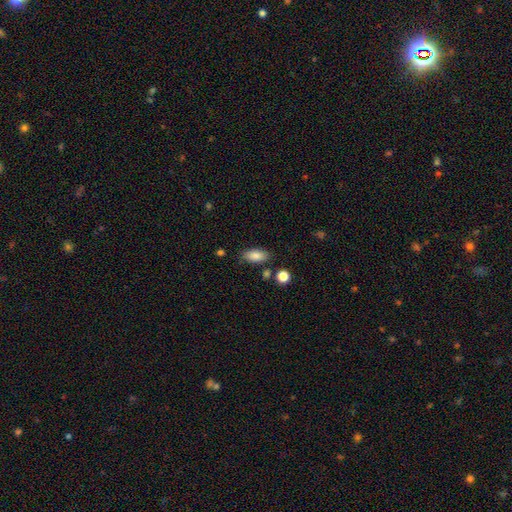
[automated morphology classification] Q: Smooth or featured?
A: smooth (85%); runner-up: featured or disk (8%)
Q: How rounded?
A: in between (88%); runner-up: cigar-shaped (8%)
Q: Merging?
A: none (81%); runner-up: minor disturbance (12%)